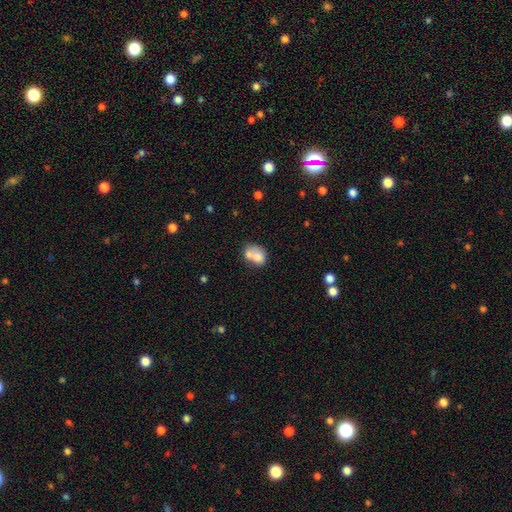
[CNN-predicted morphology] smooth-or-featured: smooth: 72% | featured or disk: 19% | star or artifact: 9%
  how-rounded: in between: 58% | round: 41% | cigar-shaped: 1%
  merging: merger: 57% | none: 26% | minor disturbance: 11% | major disturbance: 6%